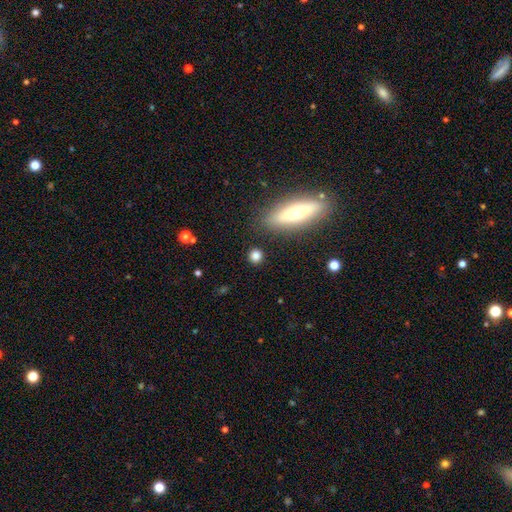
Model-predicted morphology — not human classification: Smooth or featured? Predicted: smooth (p=0.81). How rounded? Predicted: round (p=0.74). Merging? Predicted: none (p=0.87).